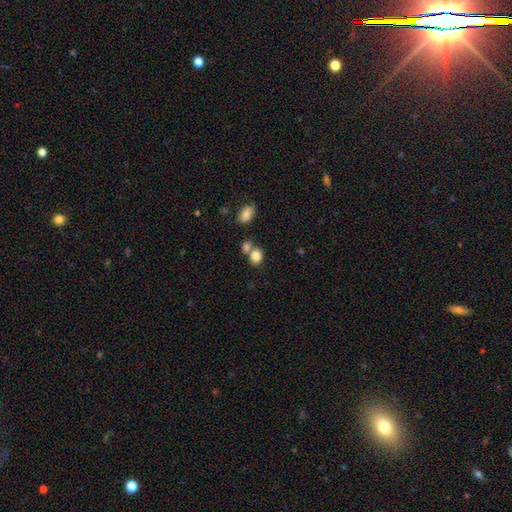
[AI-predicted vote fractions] Smooth or featured? smooth (82%)
How rounded? round (51%)
Merging? none (48%)